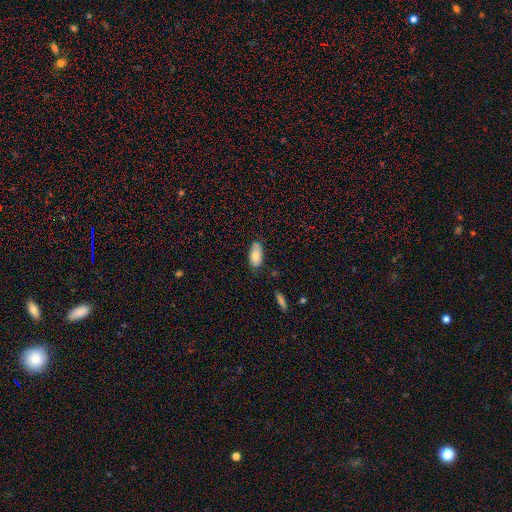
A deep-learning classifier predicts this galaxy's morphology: smooth_or_featured: smooth (p=0.80) [alt: featured or disk p=0.13]
how_rounded: in between (p=0.90) [alt: cigar-shaped p=0.07]
merging: none (p=0.71) [alt: minor disturbance p=0.22]